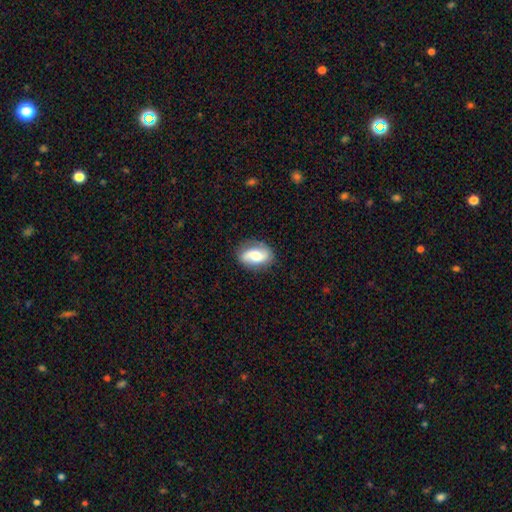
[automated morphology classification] Q: Smooth or featured?
A: featured or disk (52%); runner-up: smooth (41%)
Q: Edge-on disk?
A: no (93%); runner-up: yes (7%)
Q: Merging?
A: none (80%); runner-up: minor disturbance (15%)